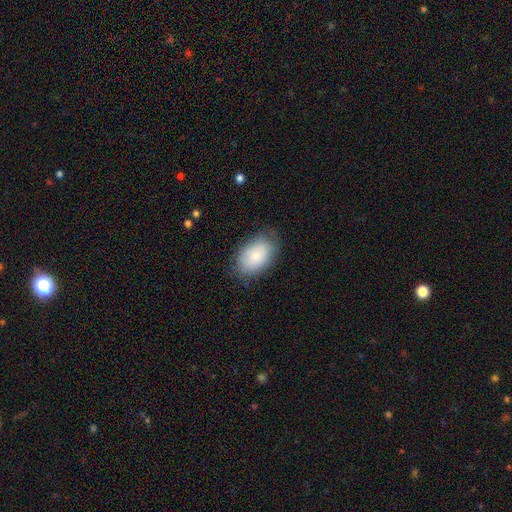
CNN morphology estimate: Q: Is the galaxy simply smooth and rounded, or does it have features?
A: smooth — 82%.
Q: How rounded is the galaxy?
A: in between — 90%.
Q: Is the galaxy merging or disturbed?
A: none — 77%.